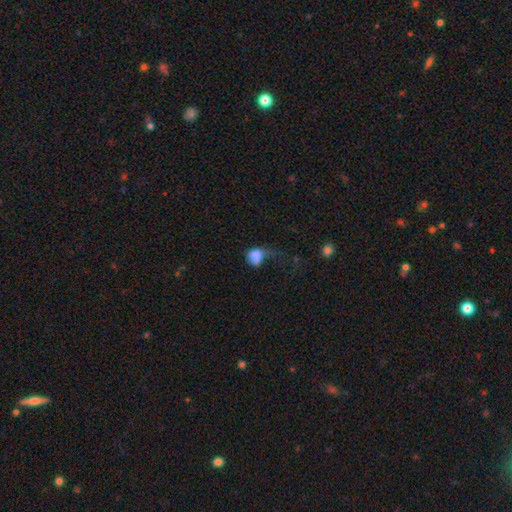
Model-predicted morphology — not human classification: type=smooth (75%); roundness=in between (53%); merging=major disturbance (57%).